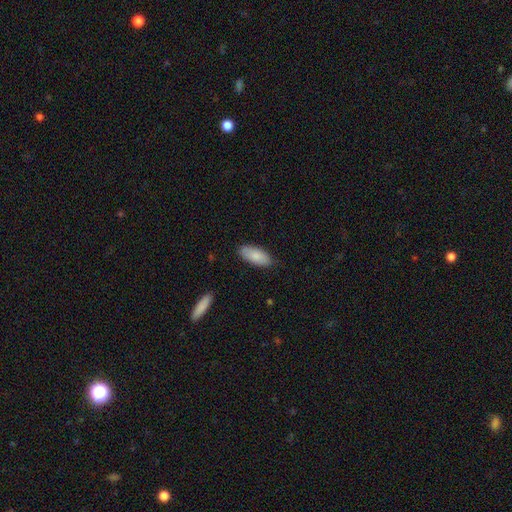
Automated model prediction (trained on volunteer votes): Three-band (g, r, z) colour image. It shows a smooth galaxy with no disk features (86%) that is in between round and cigar-shaped (83%). Merging: none (84%).